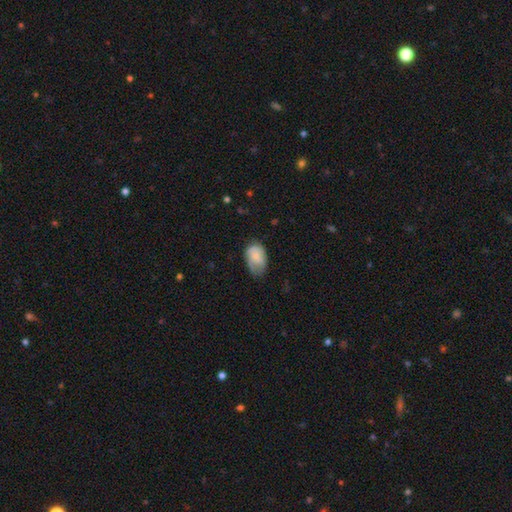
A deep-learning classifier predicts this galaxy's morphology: A smooth galaxy with no disk features (67%) that is in between round and cigar-shaped (87%). Merging: none (48%).